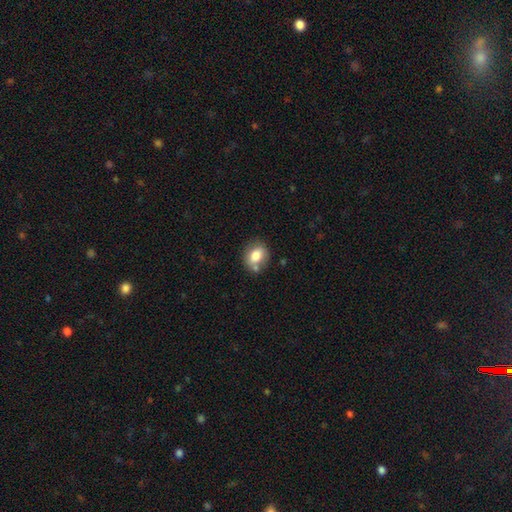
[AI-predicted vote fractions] Smooth or featured?
  - smooth: 78% *
  - featured or disk: 13%
  - star or artifact: 9%
How rounded?
  - round: 50% *
  - in between: 49%
  - cigar-shaped: 1%
Merging?
  - none: 65% *
  - minor disturbance: 17%
  - merger: 13%
  - major disturbance: 4%